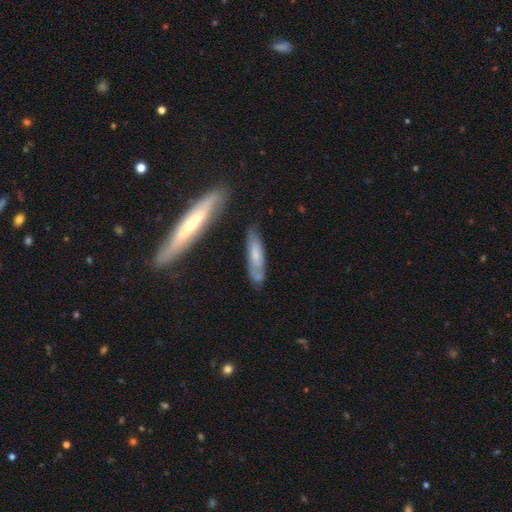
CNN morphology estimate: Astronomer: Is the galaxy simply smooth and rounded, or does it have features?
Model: smooth — 50% (runner-up: featured or disk, 43%).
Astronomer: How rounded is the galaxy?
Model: cigar-shaped — 76%.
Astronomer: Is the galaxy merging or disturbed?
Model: none — 70%.